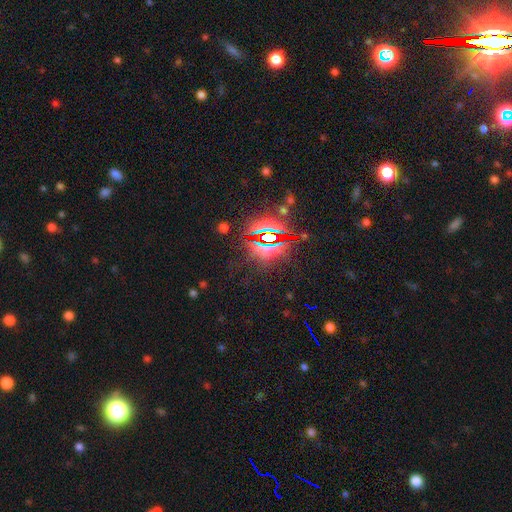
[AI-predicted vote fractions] Q: Smooth or featured?
A: star or artifact (84%); runner-up: smooth (9%)